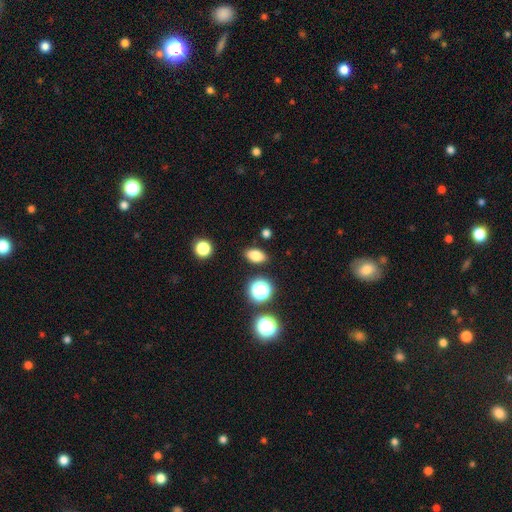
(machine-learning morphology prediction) A smooth galaxy with no disk features (80%) that is in between round and cigar-shaped (84%). Merging: none (87%).